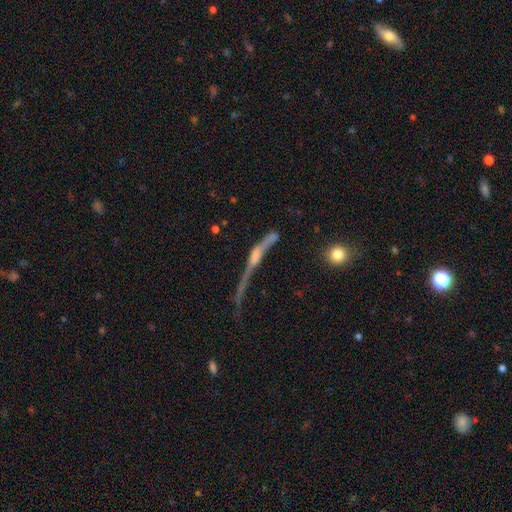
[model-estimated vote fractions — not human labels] Q: Smooth or featured?
A: featured or disk (62%); runner-up: smooth (24%)
Q: Edge-on disk?
A: yes (78%); runner-up: no (22%)
Q: Merging?
A: major disturbance (36%); runner-up: none (34%)